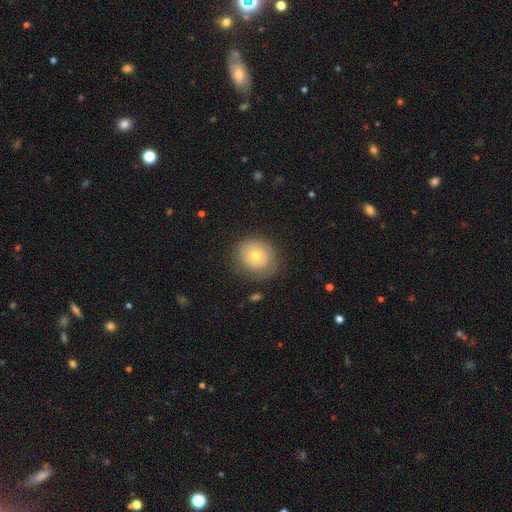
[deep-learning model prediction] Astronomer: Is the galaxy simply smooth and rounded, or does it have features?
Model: smooth — 56% (runner-up: featured or disk, 37%).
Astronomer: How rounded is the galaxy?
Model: round — 82%.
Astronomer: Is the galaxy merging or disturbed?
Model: none — 71%.